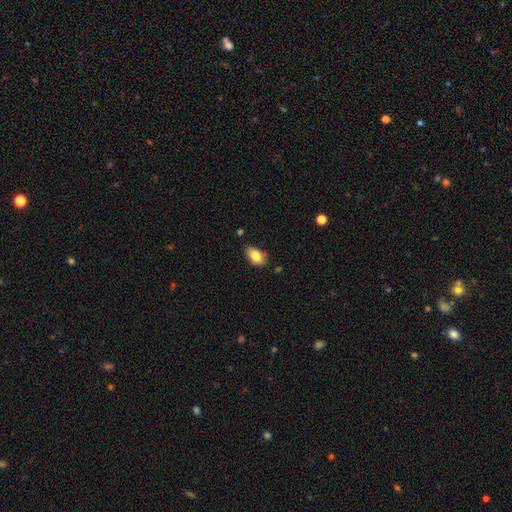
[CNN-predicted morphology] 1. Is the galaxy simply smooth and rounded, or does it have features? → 82% smooth, 11% featured or disk, 7% star or artifact.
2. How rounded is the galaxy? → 91% in between, 7% round, 2% cigar-shaped.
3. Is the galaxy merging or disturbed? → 72% none, 22% minor disturbance, 4% major disturbance, 2% merger.